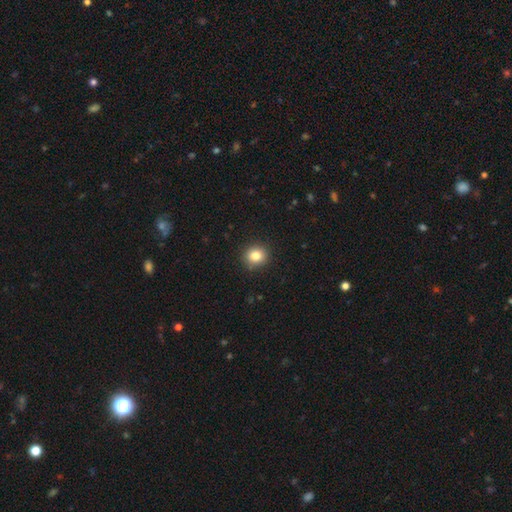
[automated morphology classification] smooth_or_featured: smooth (p=0.82) [alt: star or artifact p=0.11]
how_rounded: round (p=0.85) [alt: in between p=0.14]
merging: none (p=0.90) [alt: minor disturbance p=0.07]